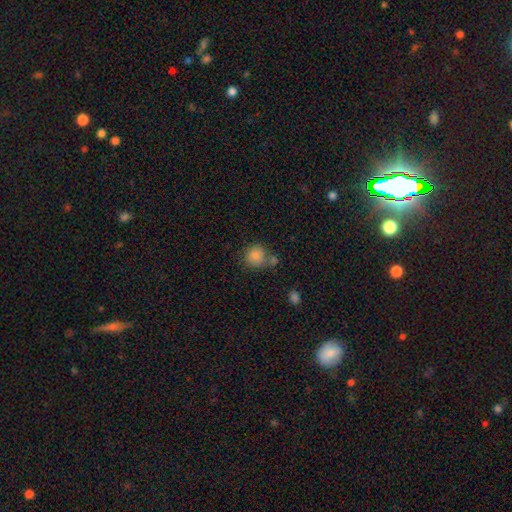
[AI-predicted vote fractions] smooth 85%, star or artifact 10%, featured or disk 6%. Down the decision tree: how rounded — round (85%); merging — none (59%).